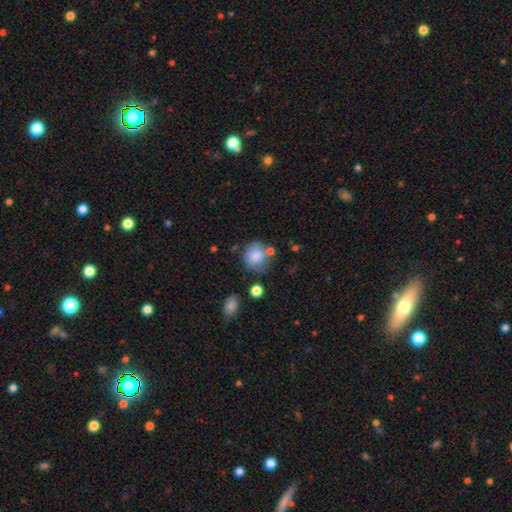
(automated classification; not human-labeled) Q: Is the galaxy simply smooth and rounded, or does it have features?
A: smooth — 78%.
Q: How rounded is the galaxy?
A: round — 78%.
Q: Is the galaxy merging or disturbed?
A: none — 59%.